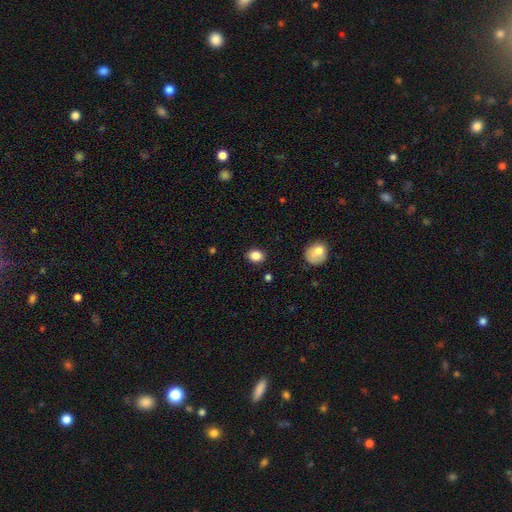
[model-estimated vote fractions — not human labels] The model was most divided on "how rounded": in between: 54%, round: 45%, cigar-shaped: 1%. More confident: merging — none (88%); smooth or featured — smooth (86%).